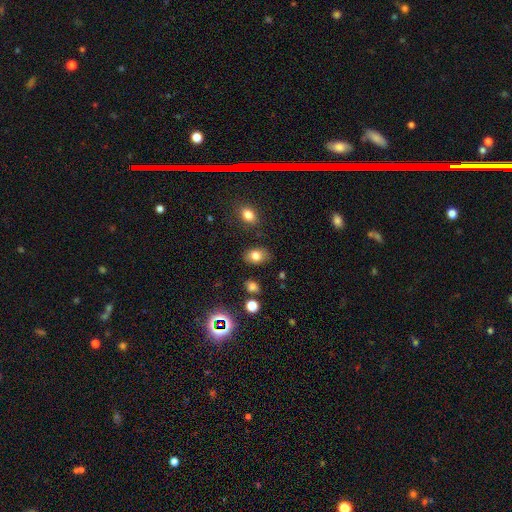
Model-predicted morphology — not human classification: A smooth galaxy with no disk features (79%) that is in between round and cigar-shaped (76%). Merging: none (81%).